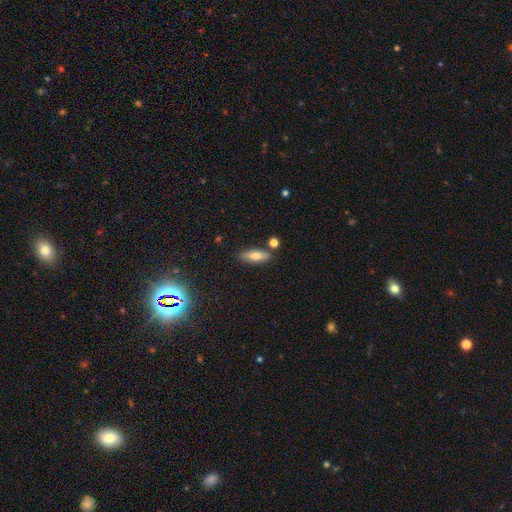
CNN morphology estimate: smooth 73%, featured or disk 19%, star or artifact 8%. Down the decision tree: how rounded — in between (63%); merging — none (79%).